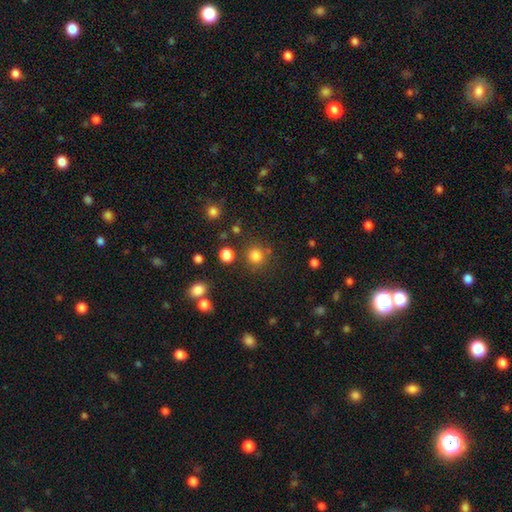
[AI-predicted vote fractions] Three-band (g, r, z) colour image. It shows a smooth galaxy with no disk features (81%) that is round (91%). Merging: none (81%).